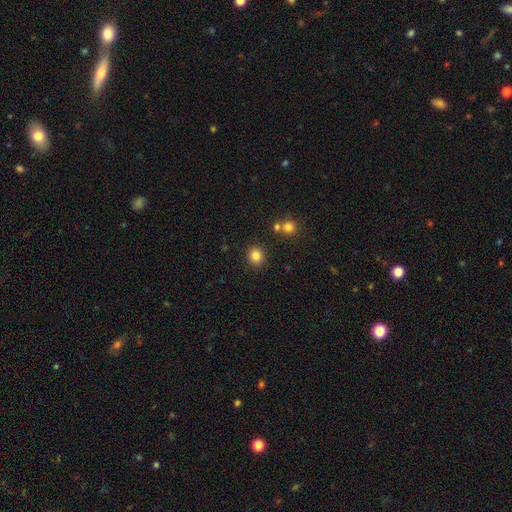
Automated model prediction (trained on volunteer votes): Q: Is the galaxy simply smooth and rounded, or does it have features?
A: smooth — 83%.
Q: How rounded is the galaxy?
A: round — 86%.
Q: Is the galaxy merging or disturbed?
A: none — 88%.